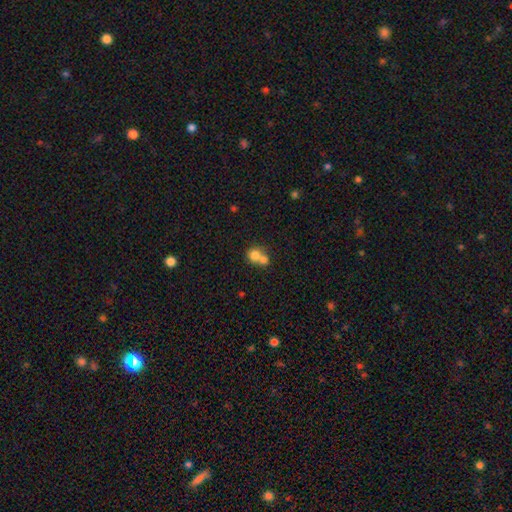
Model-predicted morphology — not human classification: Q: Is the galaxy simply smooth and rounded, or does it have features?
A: smooth — 75%.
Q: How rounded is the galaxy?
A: round — 78%.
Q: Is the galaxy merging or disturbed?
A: merger — 64%.